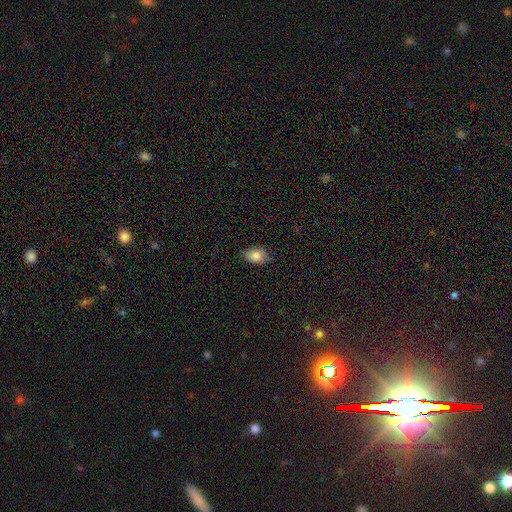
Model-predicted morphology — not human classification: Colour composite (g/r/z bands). It shows a smooth galaxy with no disk features (83%) that is in between round and cigar-shaped (86%). Merging: none (76%).